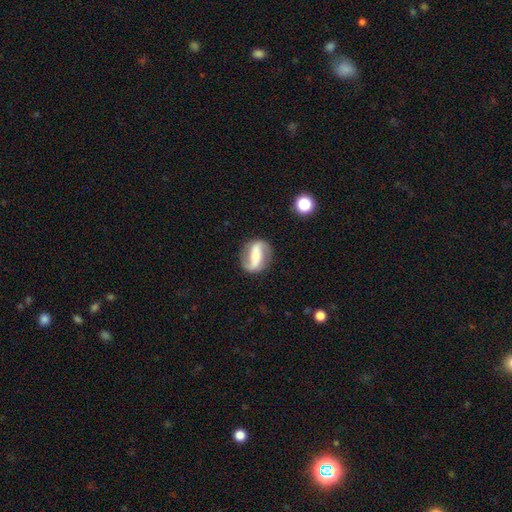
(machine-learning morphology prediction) type=featured or disk (77%); edge-on=no (94%); bar=strong (68%); spiral arms=yes (87%); winding=loose (53%); arm count=2 (91%); bulge=small (36%); merging=none (82%).